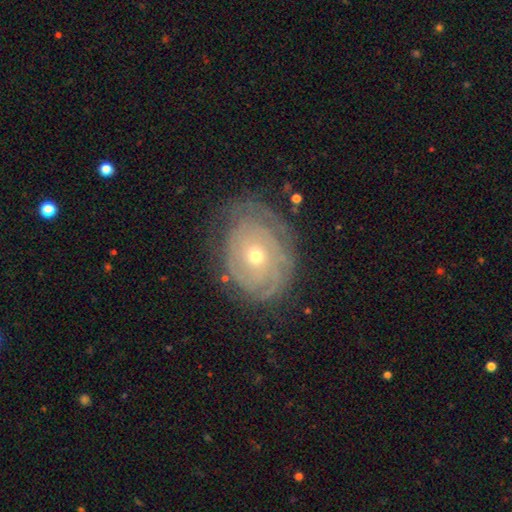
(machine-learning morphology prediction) A featured or disk galaxy (79%) with no bar (84%), tight (79%) spiral arms (87%) and a small central bulge (58%).

Vote fractions:
- Smooth or featured? featured or disk: 79% / smooth: 14% / star or artifact: 7%
- Edge-on disk? no: 96% / yes: 4%
- Bar? no: 84% / weak: 13% / strong: 3%
- Spiral arms? yes: 87% / no: 13%
- Spiral winding? tight: 79% / medium: 16% / loose: 5%
- Spiral arm count? can't tell: 48% / 2: 17% / 3: 15% / 4: 9% / more than 4: 6% / 1: 6%
- Bulge size? small: 58% / moderate: 39% / large: 1% / none: 1% / dominant: 1%
- Merging? none: 69% / minor disturbance: 21% / major disturbance: 9% / merger: 1%